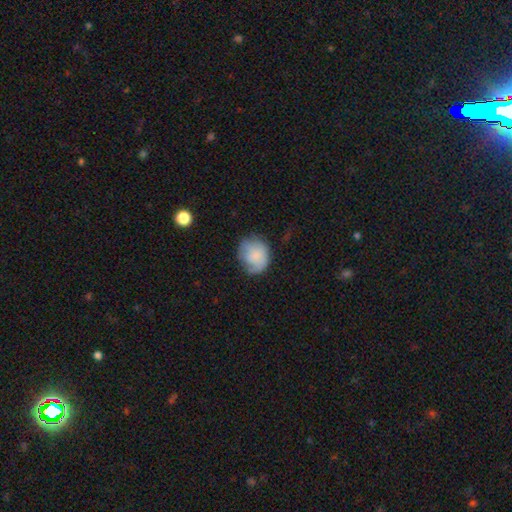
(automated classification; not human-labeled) smooth-or-featured: smooth: 69% | featured or disk: 23% | star or artifact: 7%
  how-rounded: round: 71% | in between: 28% | cigar-shaped: 1%
  merging: none: 57% | minor disturbance: 29% | major disturbance: 12% | merger: 2%